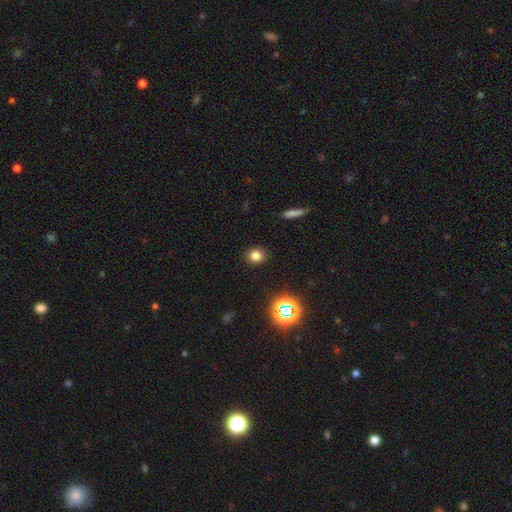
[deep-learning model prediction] The model was most divided on "how rounded": round: 76%, in between: 23%, cigar-shaped: 1%. More confident: merging — none (89%); smooth or featured — smooth (77%).